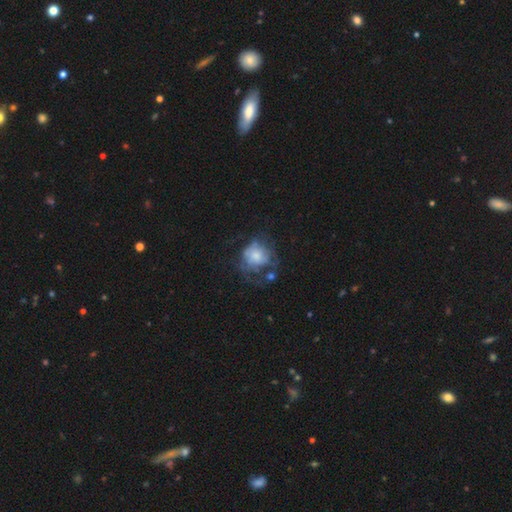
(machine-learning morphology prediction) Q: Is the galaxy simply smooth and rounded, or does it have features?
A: smooth — 46%.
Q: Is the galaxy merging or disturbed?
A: none — 36%.